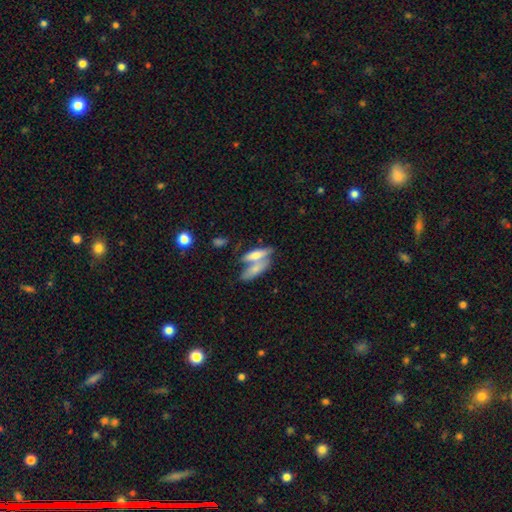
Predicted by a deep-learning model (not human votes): Smooth or featured? Predicted: smooth (p=0.63). How rounded? Predicted: in between (p=0.53). Merging? Predicted: merger (p=0.53).